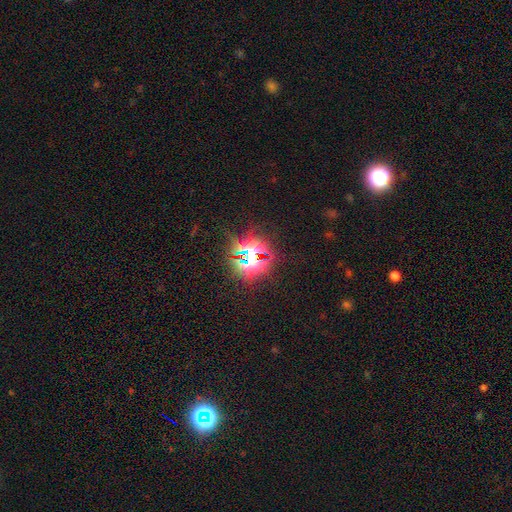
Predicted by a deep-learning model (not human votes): Q: Smooth or featured?
A: star or artifact (76%); runner-up: smooth (15%)